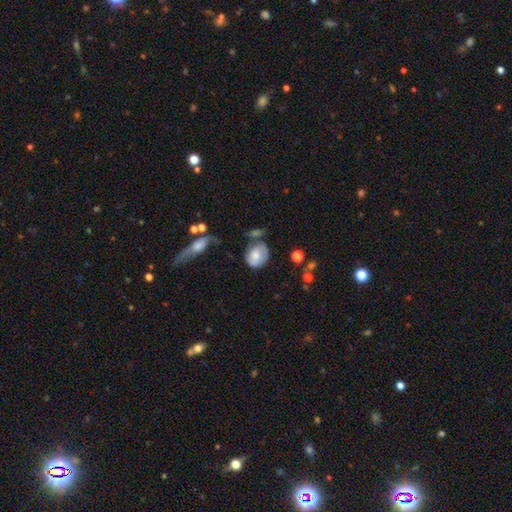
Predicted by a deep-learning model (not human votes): Overall: smooth (63%; featured or disk 30%). How rounded: round (64%; in between 35%). Merging: none (51%; minor disturbance 27%).